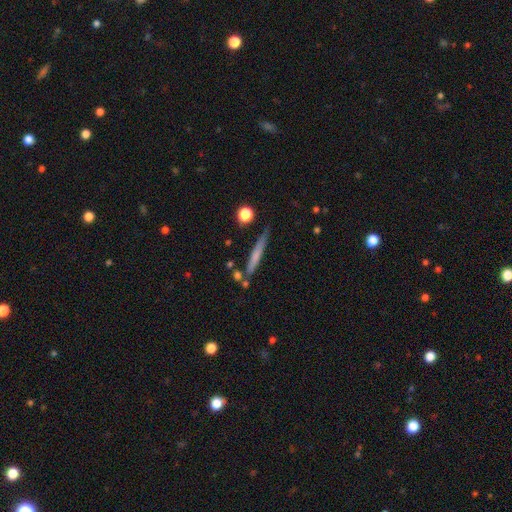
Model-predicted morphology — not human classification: This is possibly a smooth galaxy (59%). How rounded: clearly cigar-shaped (94%). Merging: likely none (75%).